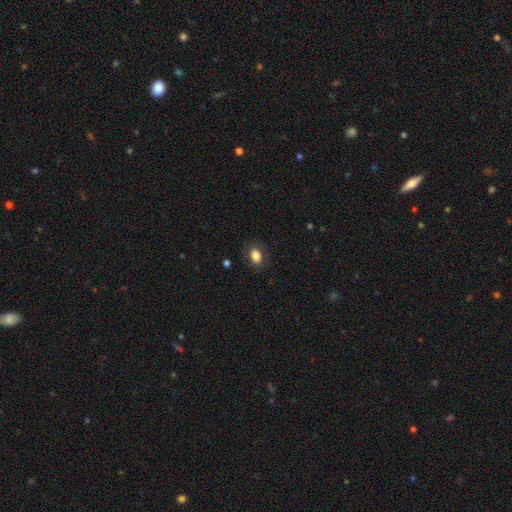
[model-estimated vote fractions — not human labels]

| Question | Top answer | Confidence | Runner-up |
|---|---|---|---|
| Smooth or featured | smooth | 82% | featured or disk (10%) |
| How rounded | in between | 80% | round (18%) |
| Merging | none | 81% | minor disturbance (12%) |